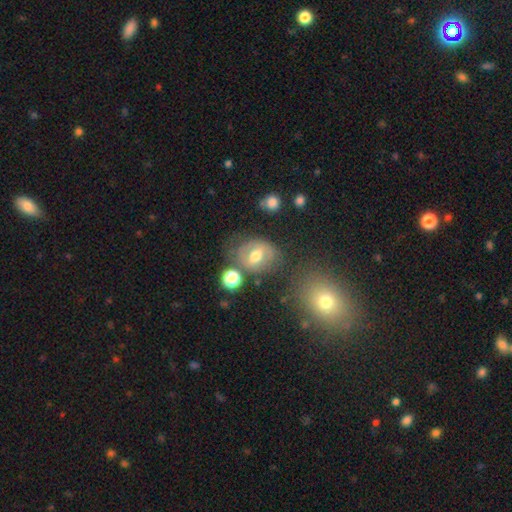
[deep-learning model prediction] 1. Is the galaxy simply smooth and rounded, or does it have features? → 47% featured or disk, 41% smooth, 12% star or artifact.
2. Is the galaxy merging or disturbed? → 65% none, 19% minor disturbance, 9% major disturbance, 8% merger.